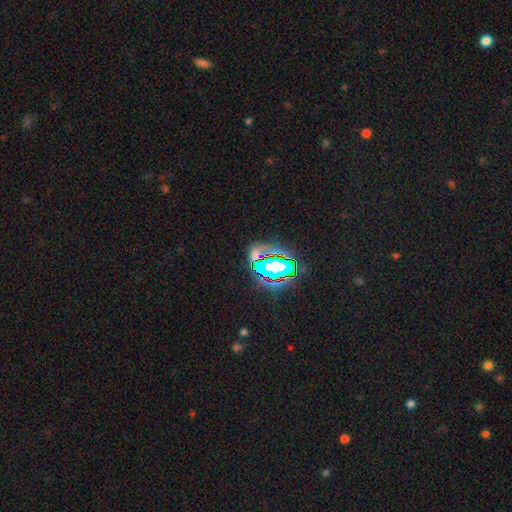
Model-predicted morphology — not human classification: This is possibly a star or artifact rather than a galaxy (58%).